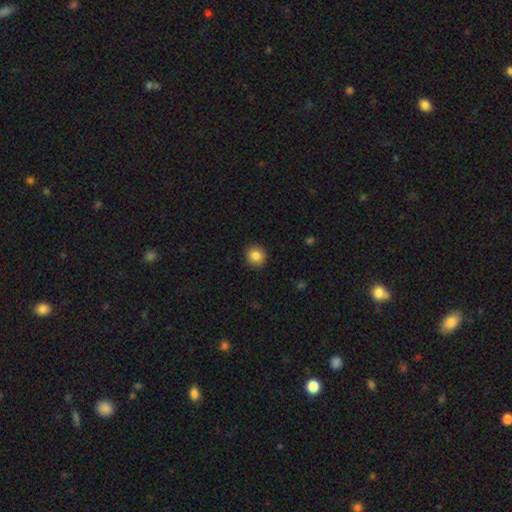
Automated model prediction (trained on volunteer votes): Overall: smooth (86%). How rounded: round (87%). Merging: none (91%).